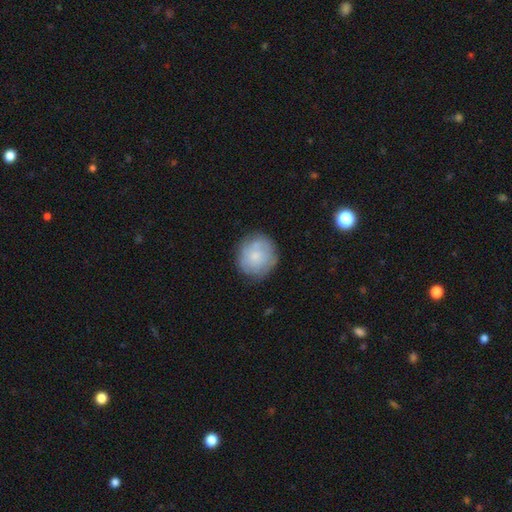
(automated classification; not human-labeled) smooth_or_featured: smooth (p=0.59) [alt: featured or disk p=0.34]
how_rounded: round (p=0.85) [alt: in between p=0.14]
merging: none (p=0.74) [alt: minor disturbance p=0.19]